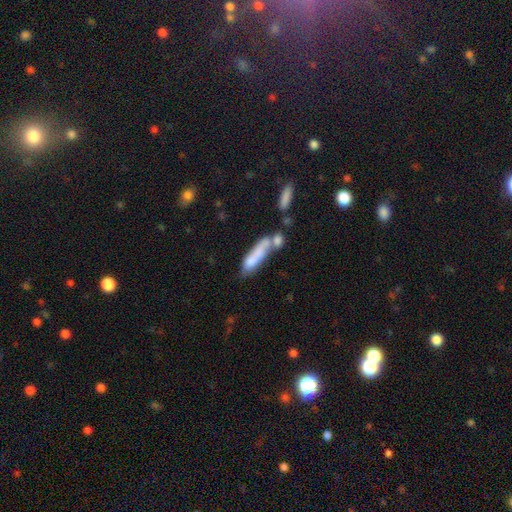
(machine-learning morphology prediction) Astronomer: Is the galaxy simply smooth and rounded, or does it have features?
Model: smooth — 69%.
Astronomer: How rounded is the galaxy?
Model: cigar-shaped — 70%.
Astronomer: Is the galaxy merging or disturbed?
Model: merger — 40% (runner-up: none, 32%).